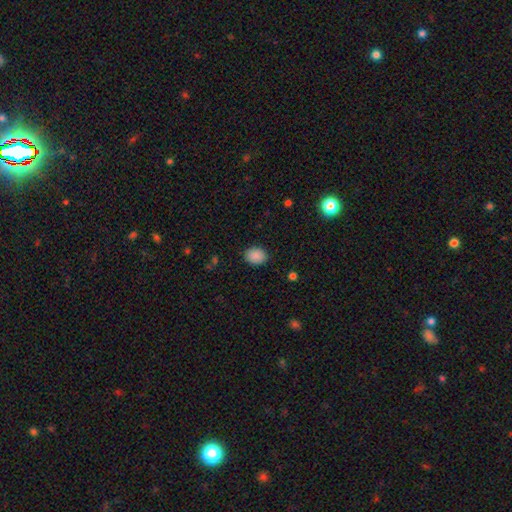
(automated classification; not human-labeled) Smooth or featured: smooth — 88% (star or artifact — 9%)
How rounded: in between — 59% (round — 40%)
Merging: none — 88% (minor disturbance — 9%)